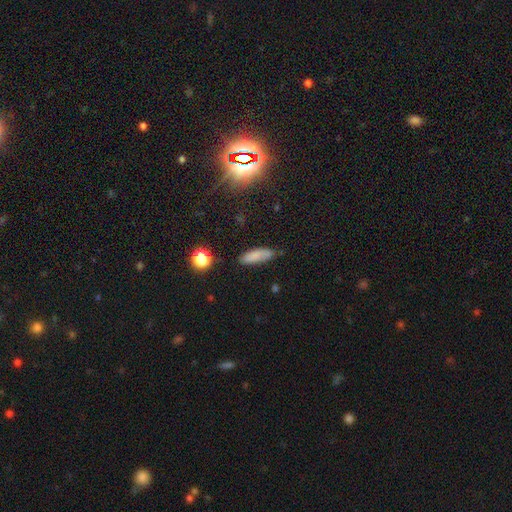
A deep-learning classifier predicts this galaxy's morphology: A smooth galaxy with no disk features (78%) that is in between round and cigar-shaped (61%). Merging: none (74%).